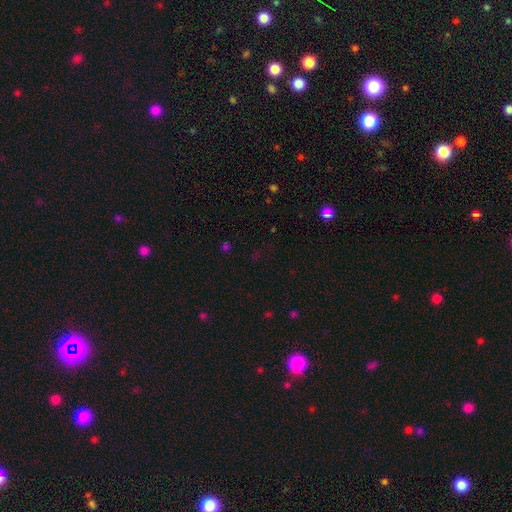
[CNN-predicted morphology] Overall: star or artifact (62%; smooth 30%).